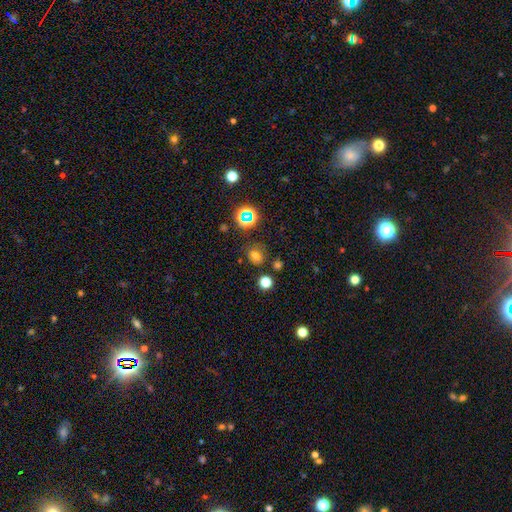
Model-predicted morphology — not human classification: type=smooth (65%); roundness=round (63%); merging=none (74%).